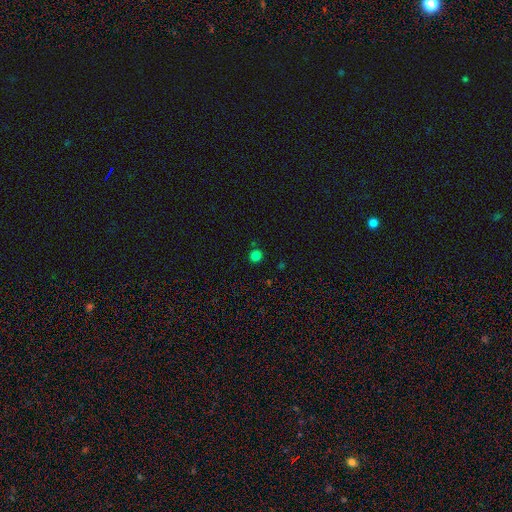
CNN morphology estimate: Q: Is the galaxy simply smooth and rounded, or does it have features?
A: smooth — 80%.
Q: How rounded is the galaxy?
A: round — 93%.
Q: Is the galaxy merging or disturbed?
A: none — 87%.